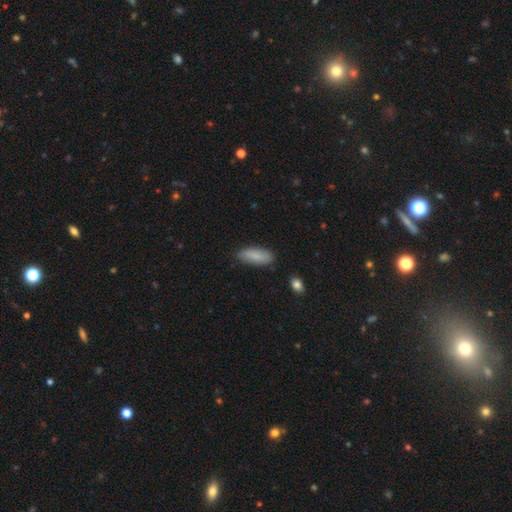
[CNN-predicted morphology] A smooth galaxy with no disk features (85%) that is in between round and cigar-shaped (77%). Merging: none (85%).